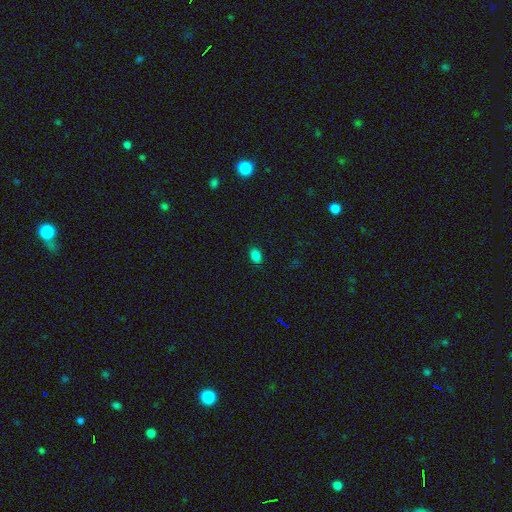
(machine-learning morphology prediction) Smooth or featured? smooth (84%)
How rounded? in between (79%)
Merging? none (88%)